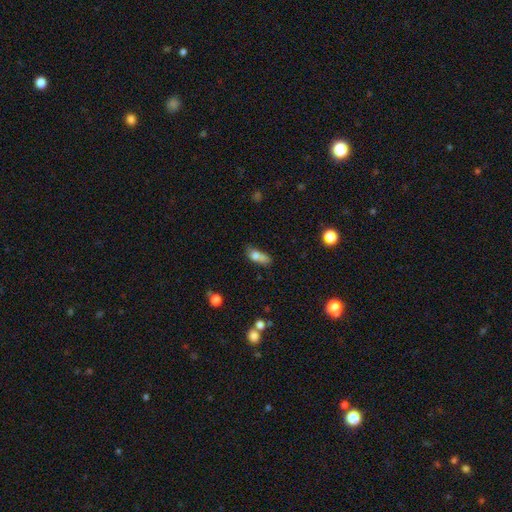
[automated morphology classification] This is likely a smooth galaxy (71%). How rounded: likely in between (70%). Merging: marginally none (31%).